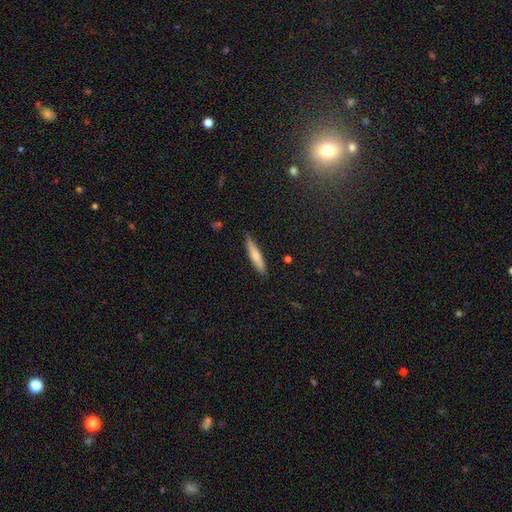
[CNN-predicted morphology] smooth 68%, featured or disk 26%, star or artifact 7%. Down the decision tree: how rounded — cigar-shaped (87%); merging — none (84%).